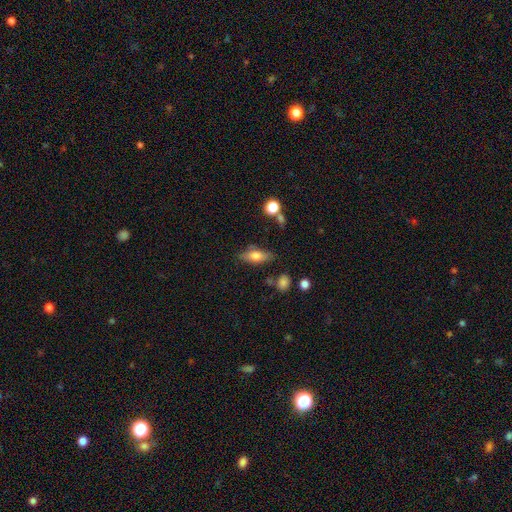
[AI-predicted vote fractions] The model was most divided on "smooth or featured": smooth: 68%, featured or disk: 24%, star or artifact: 8%. More confident: merging — none (73%); how rounded — in between (71%).